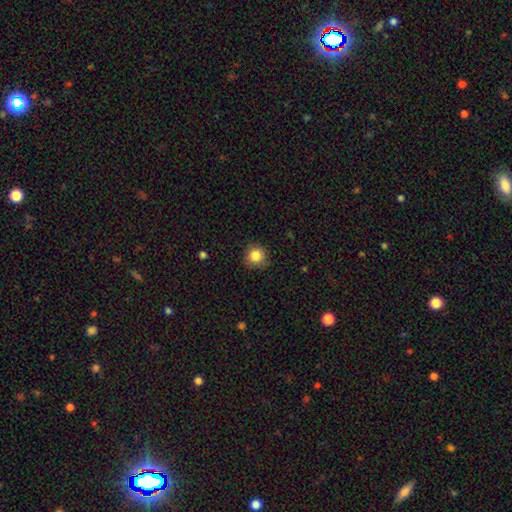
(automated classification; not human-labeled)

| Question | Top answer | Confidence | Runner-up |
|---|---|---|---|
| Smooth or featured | smooth | 85% | star or artifact (10%) |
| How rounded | round | 92% | in between (7%) |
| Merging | none | 85% | minor disturbance (11%) |